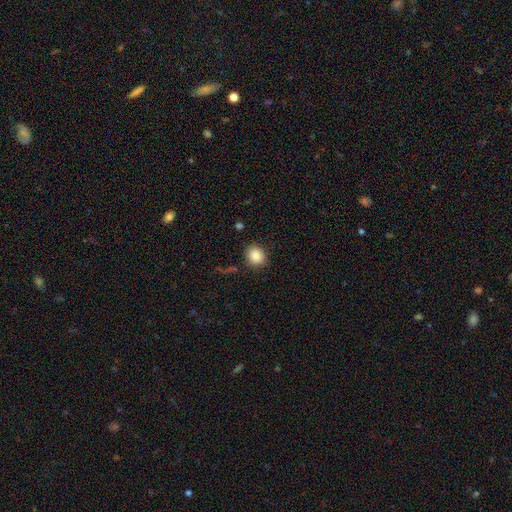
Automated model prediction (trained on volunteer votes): smooth 86%, star or artifact 9%, featured or disk 5%. Down the decision tree: how rounded — round (78%); merging — none (83%).